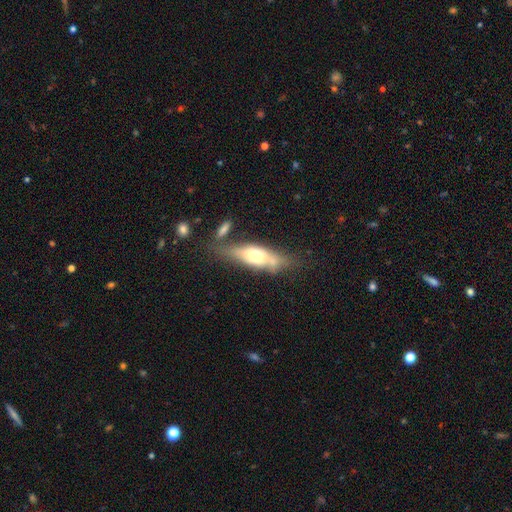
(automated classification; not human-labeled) Morphology: type=smooth (47%, tied with featured or disk); merging=none (54%).